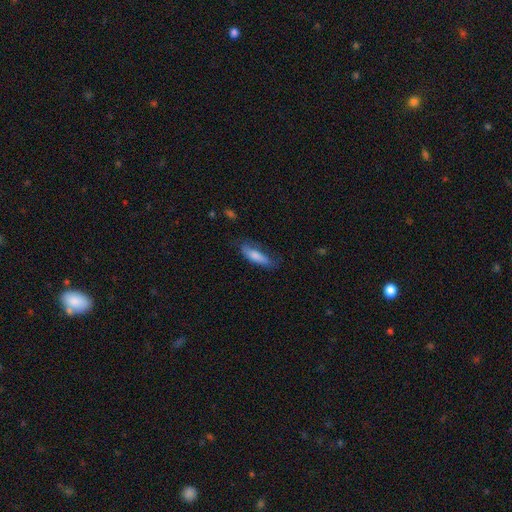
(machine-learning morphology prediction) A smooth galaxy with no disk features (76%) that is cigar-shaped (53%).

Vote fractions:
- Smooth or featured? smooth: 76% / featured or disk: 18% / star or artifact: 6%
- How rounded? cigar-shaped: 53% / in between: 45% / round: 2%
- Merging? none: 59% / minor disturbance: 28% / major disturbance: 11% / merger: 2%